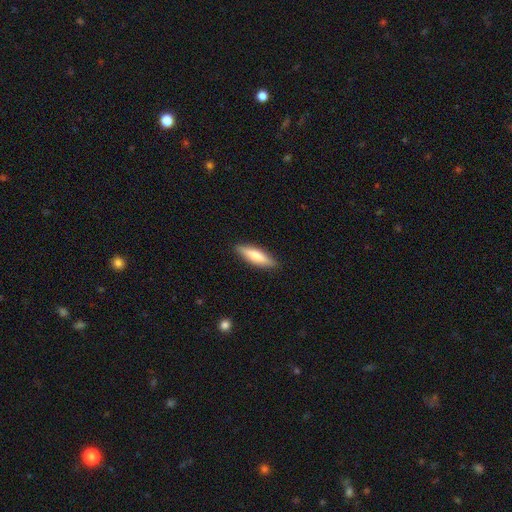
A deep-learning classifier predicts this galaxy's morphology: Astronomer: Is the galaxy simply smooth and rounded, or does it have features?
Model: smooth — 66%.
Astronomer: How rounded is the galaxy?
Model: cigar-shaped — 64%.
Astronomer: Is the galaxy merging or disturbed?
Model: none — 88%.